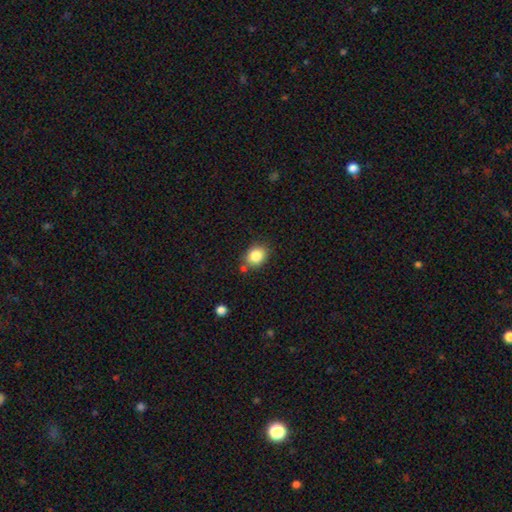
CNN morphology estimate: Smooth or featured? smooth (85%)
How rounded? round (57%)
Merging? none (75%)